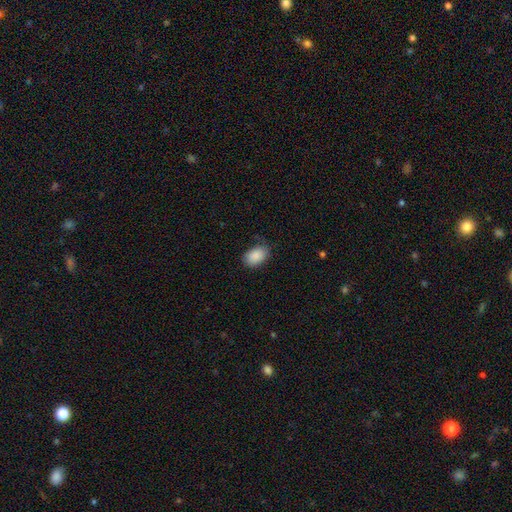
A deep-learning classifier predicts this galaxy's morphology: This appears to be a smooth galaxy with no disk features (89%) that is in between round and cigar-shaped (86%). Merging: none (73%).